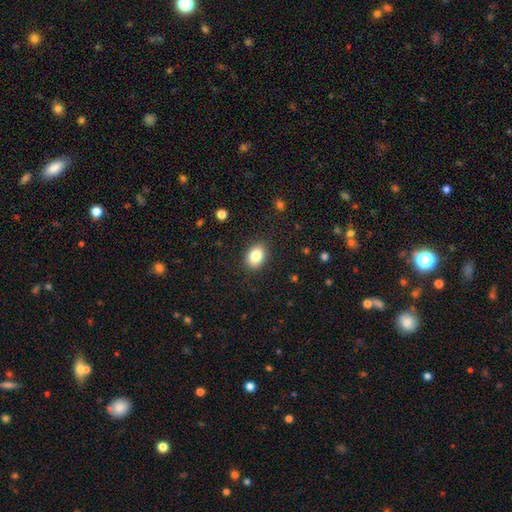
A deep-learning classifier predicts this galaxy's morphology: smooth 85%, star or artifact 8%, featured or disk 7%. Down the decision tree: how rounded — in between (73%); merging — none (87%).